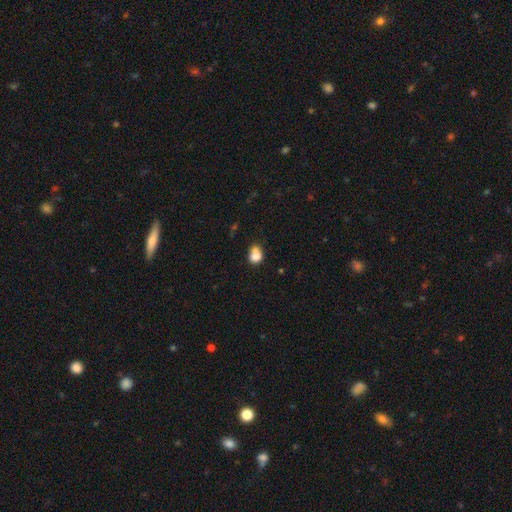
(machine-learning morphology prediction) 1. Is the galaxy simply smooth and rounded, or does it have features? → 77% smooth, 12% featured or disk, 11% star or artifact.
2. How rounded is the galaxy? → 52% in between, 47% round, 1% cigar-shaped.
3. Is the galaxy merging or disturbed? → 37% none, 30% merger, 23% minor disturbance, 10% major disturbance.